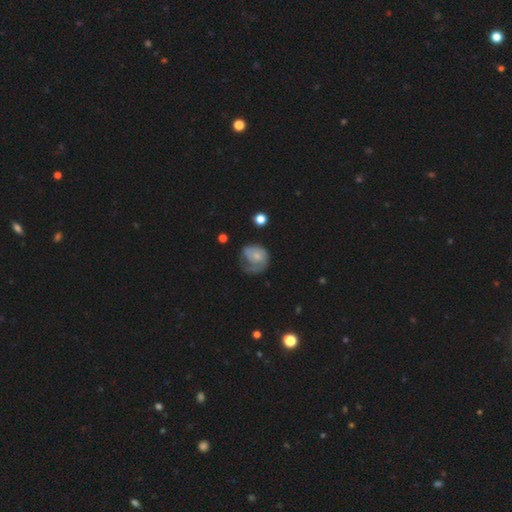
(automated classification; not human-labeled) Smooth or featured? smooth (49%)
Merging? major disturbance (39%)